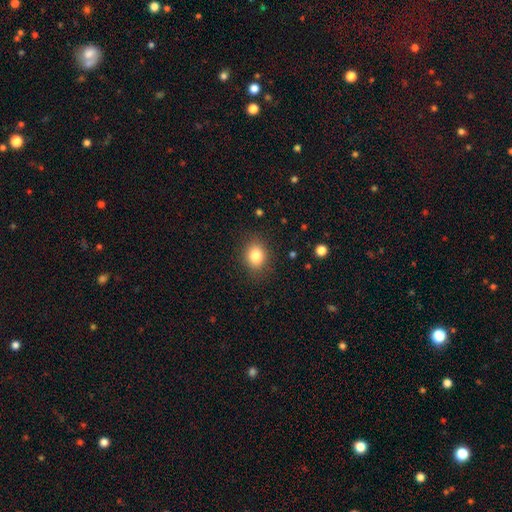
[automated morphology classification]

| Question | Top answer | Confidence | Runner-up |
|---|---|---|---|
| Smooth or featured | smooth | 83% | star or artifact (10%) |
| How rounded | round | 52% | in between (47%) |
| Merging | none | 86% | minor disturbance (10%) |